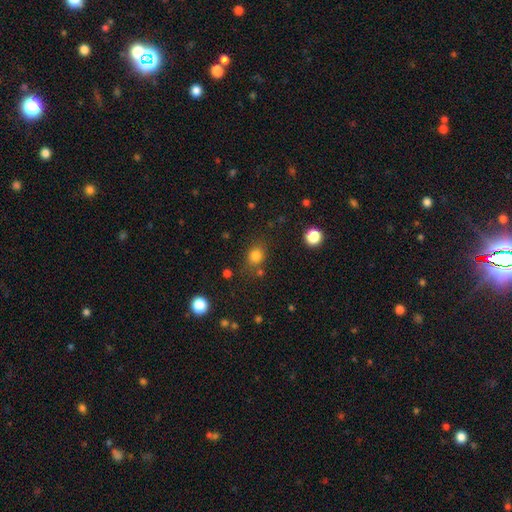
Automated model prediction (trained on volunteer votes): smooth-or-featured: smooth: 81% | star or artifact: 13% | featured or disk: 6%
  how-rounded: round: 67% | in between: 32% | cigar-shaped: 1%
  merging: none: 76% | minor disturbance: 13% | merger: 6% | major disturbance: 5%